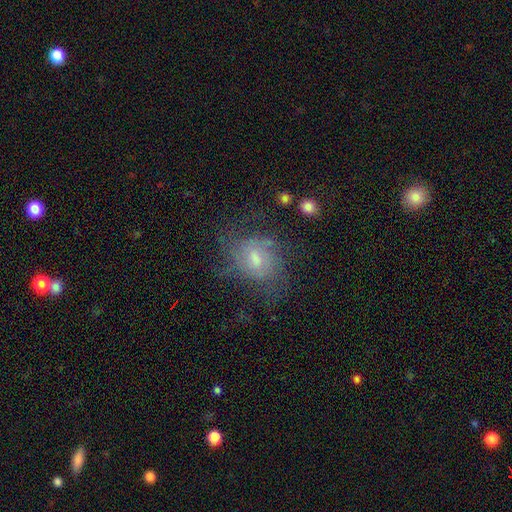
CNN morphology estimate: Smooth or featured: featured or disk — 58% (smooth — 28%)
Edge-on disk: no — 97% (yes — 3%)
Bar: no — 57% (weak — 38%)
Spiral arms: yes — 77% (no — 23%)
Bulge size: moderate — 51% (small — 36%)
Merging: none — 58% (minor disturbance — 22%)